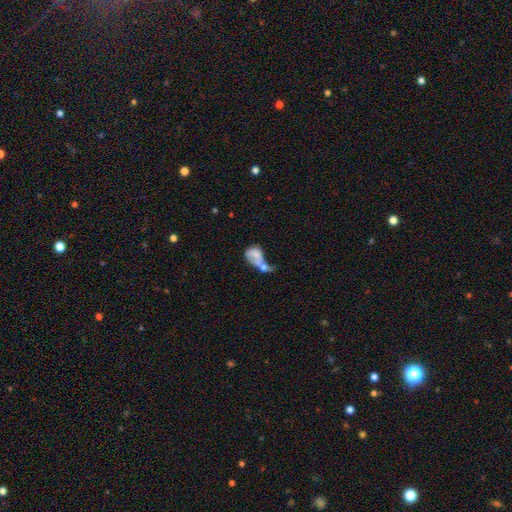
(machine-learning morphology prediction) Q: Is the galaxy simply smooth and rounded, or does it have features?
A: smooth — 56%.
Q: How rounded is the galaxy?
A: in between — 73%.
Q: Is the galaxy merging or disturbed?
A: merger — 61%.